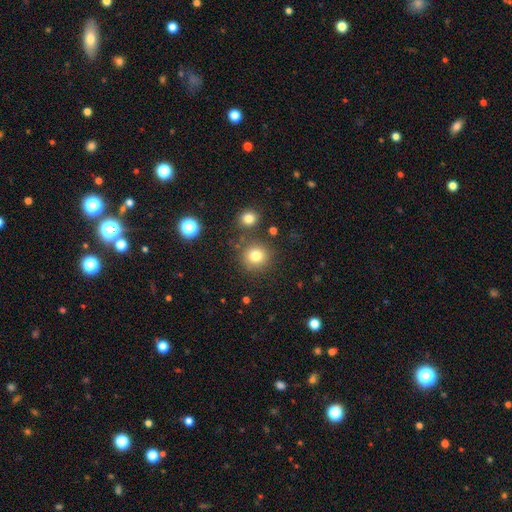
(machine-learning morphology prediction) smooth 79%, star or artifact 13%, featured or disk 8%. Down the decision tree: how rounded — round (91%); merging — none (80%).